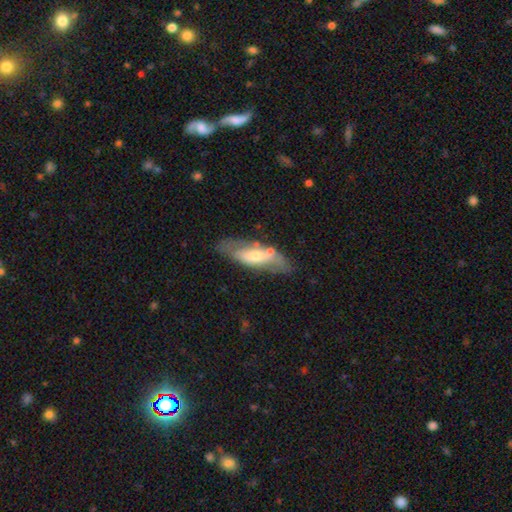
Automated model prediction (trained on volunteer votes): smooth_or_featured: featured or disk (p=0.54) [alt: smooth p=0.40]
disk_edge_on: no (p=0.72) [alt: yes p=0.28]
merging: none (p=0.61) [alt: minor disturbance p=0.22]